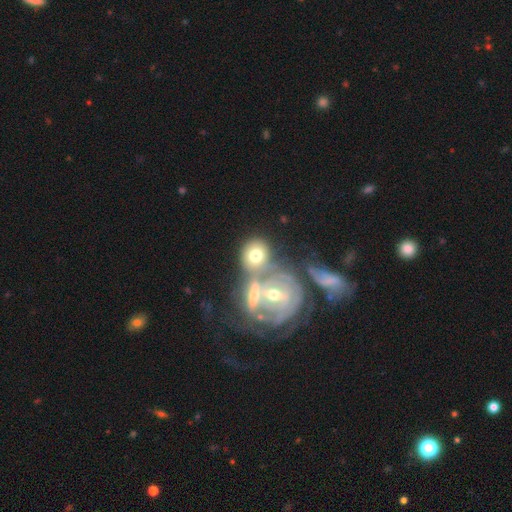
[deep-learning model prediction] Smooth or featured? Predicted: smooth (p=0.51). How rounded? Predicted: round (p=0.70). Merging? Predicted: merger (p=0.48).